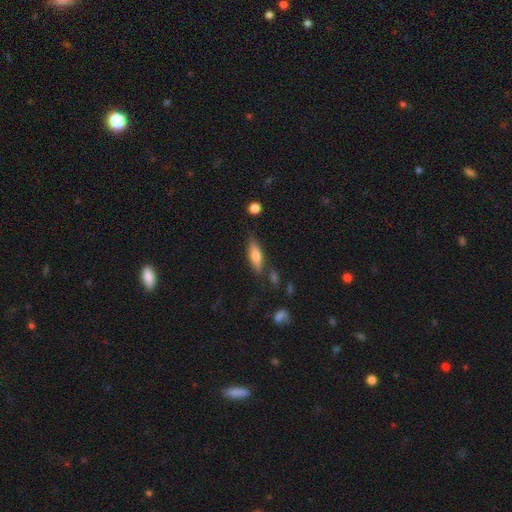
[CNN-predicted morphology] This is likely a smooth galaxy (63%). How rounded: possibly cigar-shaped (50%). Merging: likely none (75%).